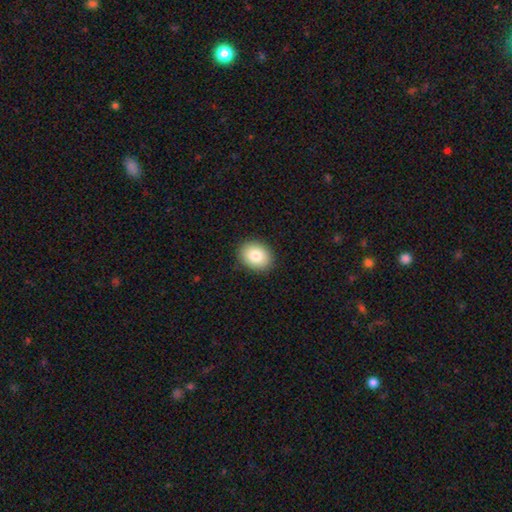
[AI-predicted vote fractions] Smooth or featured: smooth — 83% (featured or disk — 9%)
How rounded: in between — 51% (round — 48%)
Merging: none — 90% (minor disturbance — 7%)